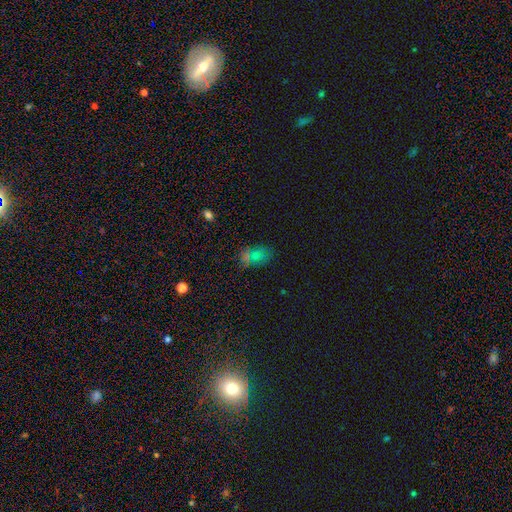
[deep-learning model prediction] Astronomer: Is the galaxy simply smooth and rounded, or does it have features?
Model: smooth — 62%.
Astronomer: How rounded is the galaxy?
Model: in between — 80%.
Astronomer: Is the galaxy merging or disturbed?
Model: none — 75%.